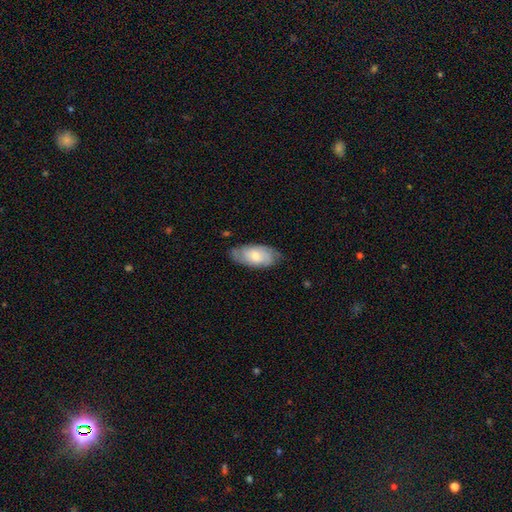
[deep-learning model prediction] Overall: smooth (47%, tied with featured or disk). Merging: none (72%).